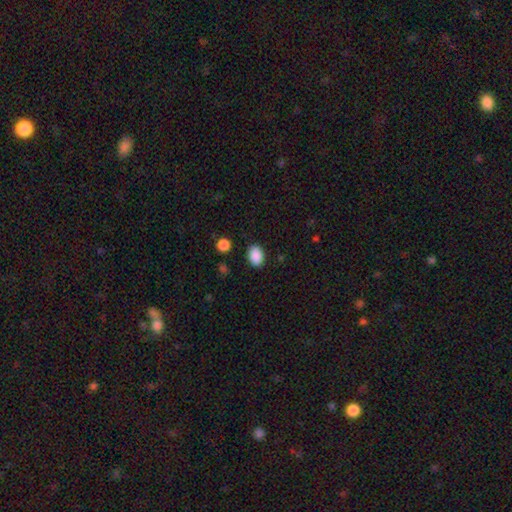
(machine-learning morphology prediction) smooth-or-featured: smooth: 89% | star or artifact: 8% | featured or disk: 3%
  how-rounded: in between: 77% | round: 22% | cigar-shaped: 1%
  merging: none: 87% | minor disturbance: 9% | major disturbance: 3% | merger: 2%